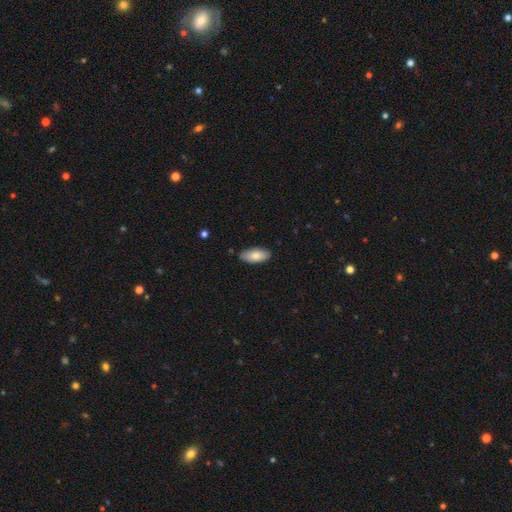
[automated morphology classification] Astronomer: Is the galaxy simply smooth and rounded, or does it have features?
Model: smooth — 80%.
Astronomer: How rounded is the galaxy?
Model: in between — 90%.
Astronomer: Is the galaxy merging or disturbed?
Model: none — 86%.